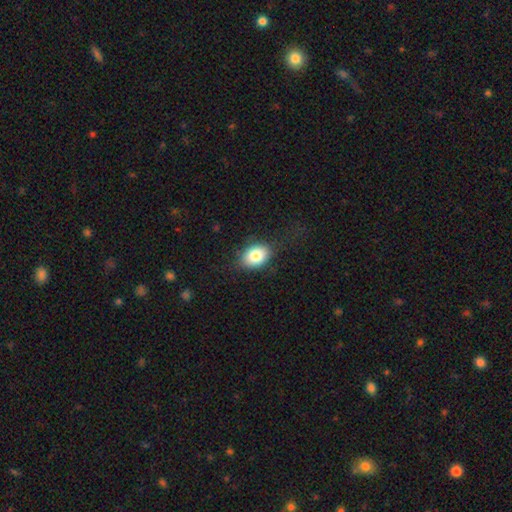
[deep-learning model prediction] Smooth or featured? Predicted: smooth (p=0.80). How rounded? Predicted: in between (p=0.71). Merging? Predicted: none (p=0.75).